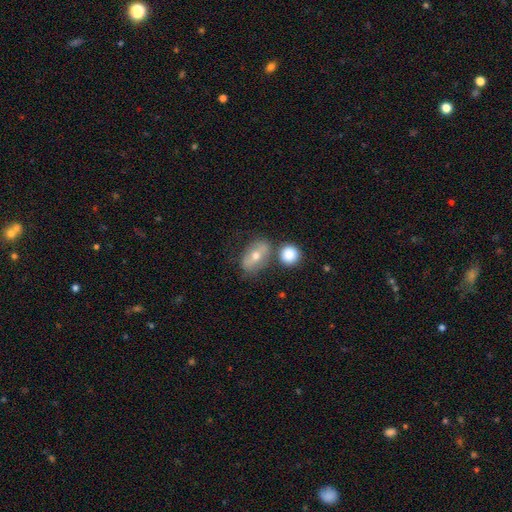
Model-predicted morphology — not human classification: smooth 54%, featured or disk 38%, star or artifact 8%. Down the decision tree: how rounded — in between (77%); merging — none (61%).